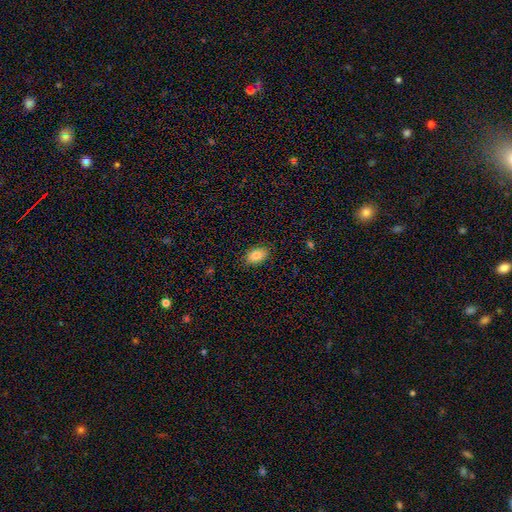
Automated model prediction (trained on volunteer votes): Smooth or featured? Predicted: smooth (p=0.84). How rounded? Predicted: in between (p=0.90). Merging? Predicted: none (p=0.87).